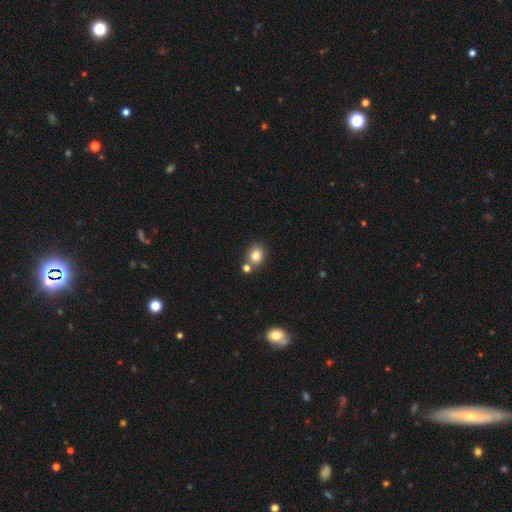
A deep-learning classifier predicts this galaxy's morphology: This is clearly a smooth galaxy (82%). How rounded: likely round (69%). Merging: likely none (68%).